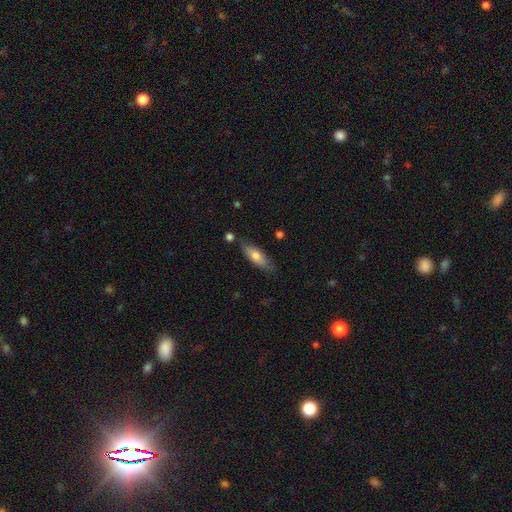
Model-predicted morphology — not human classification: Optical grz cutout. It shows a smooth galaxy with no disk features (67%) that is in between round and cigar-shaped (61%). Merging: none (76%).